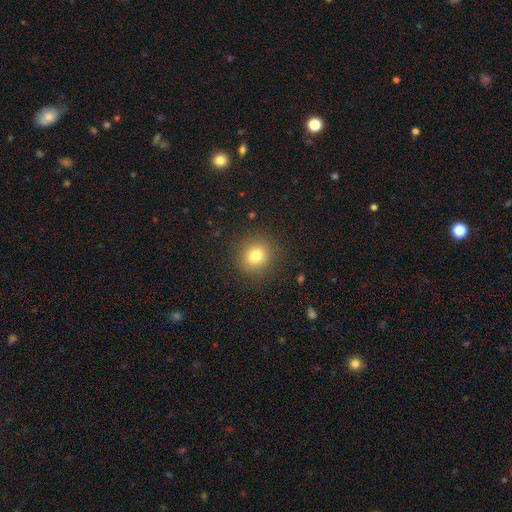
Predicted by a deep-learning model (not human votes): smooth 78%, star or artifact 13%, featured or disk 8%. Down the decision tree: how rounded — round (88%); merging — none (89%).